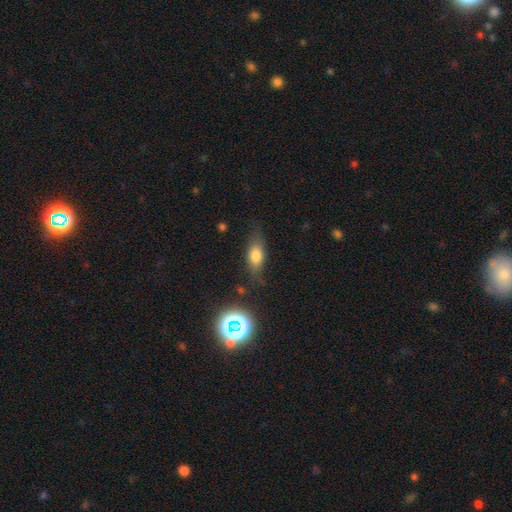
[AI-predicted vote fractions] smooth-or-featured: smooth: 69% | featured or disk: 19% | star or artifact: 12%
  how-rounded: in between: 73% | cigar-shaped: 19% | round: 8%
  merging: none: 68% | minor disturbance: 22% | major disturbance: 8% | merger: 3%